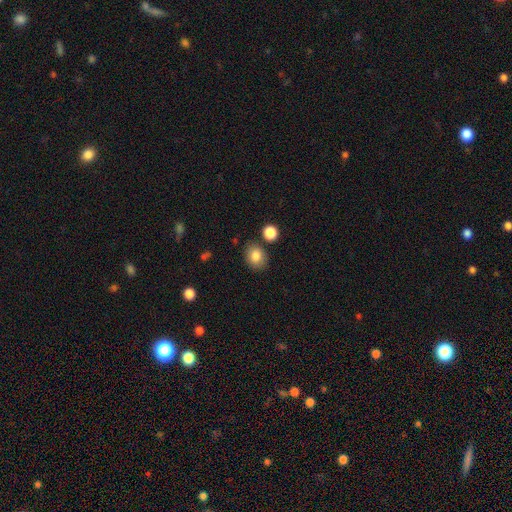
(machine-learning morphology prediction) smooth 84%, star or artifact 9%, featured or disk 7%. Down the decision tree: how rounded — round (50%); merging — none (80%).